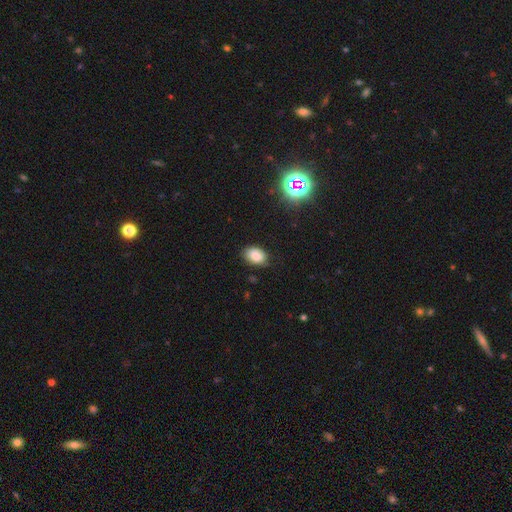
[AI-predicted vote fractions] smooth 83%, star or artifact 11%, featured or disk 6%. Down the decision tree: how rounded — in between (81%); merging — none (77%).